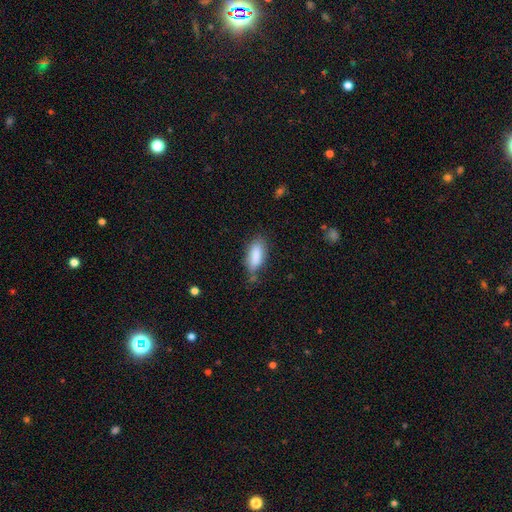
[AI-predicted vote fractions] Smooth or featured? smooth (87%)
How rounded? in between (83%)
Merging? none (67%)